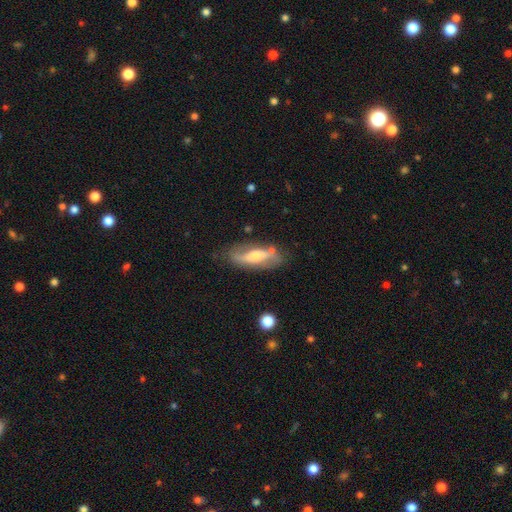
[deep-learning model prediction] The model was most divided on "smooth or featured": featured or disk: 58%, smooth: 35%, star or artifact: 6%. More confident: edge-on disk — no (73%); merging — none (67%).